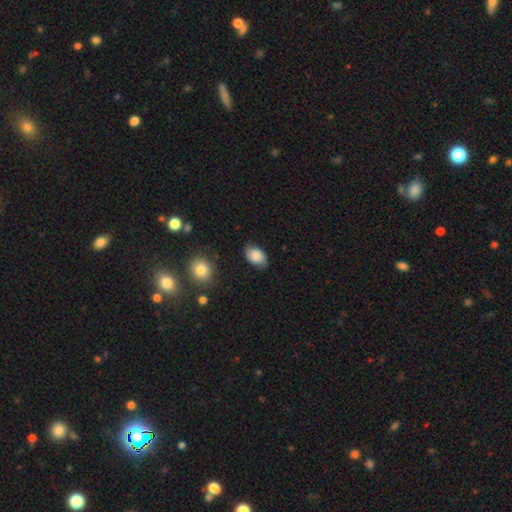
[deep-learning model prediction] This appears to be a smooth galaxy with no disk features (72%) that is in between round and cigar-shaped (86%). Merging: none (75%).